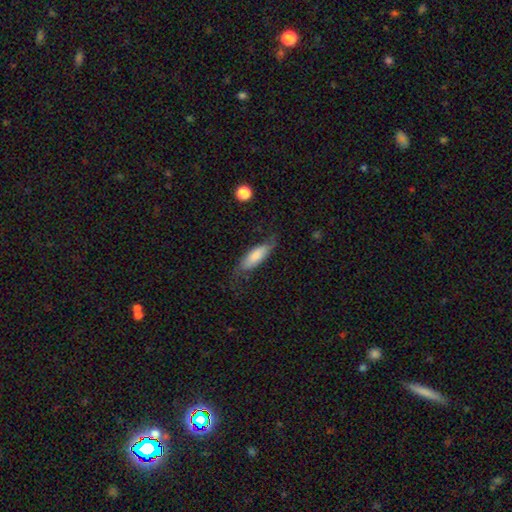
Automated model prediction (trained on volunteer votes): Smooth or featured?
  - smooth: 73% *
  - featured or disk: 21%
  - star or artifact: 6%
How rounded?
  - in between: 62% *
  - cigar-shaped: 36%
  - round: 2%
Merging?
  - none: 62% *
  - minor disturbance: 26%
  - major disturbance: 11%
  - merger: 2%